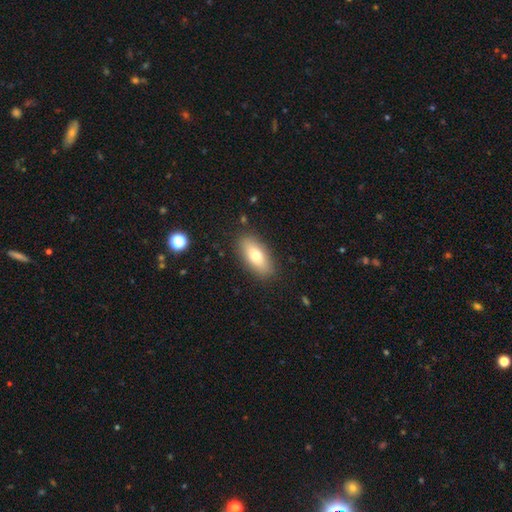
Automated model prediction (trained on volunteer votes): A smooth galaxy with no disk features (72%) that is in between round and cigar-shaped (82%).

Vote fractions:
- Smooth or featured? smooth: 72% / featured or disk: 20% / star or artifact: 7%
- How rounded? in between: 82% / cigar-shaped: 14% / round: 4%
- Merging? none: 87% / minor disturbance: 9% / major disturbance: 3% / merger: 1%